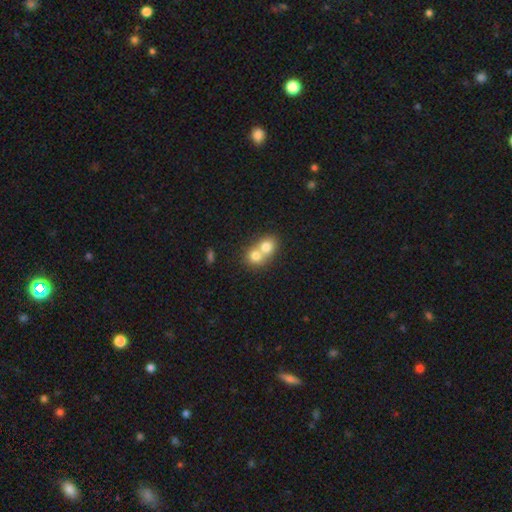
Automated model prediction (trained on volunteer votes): A smooth galaxy with no disk features (74%) that is round (73%).

Vote fractions:
- Smooth or featured? smooth: 74% / featured or disk: 17% / star or artifact: 9%
- How rounded? round: 73% / in between: 26% / cigar-shaped: 1%
- Merging? merger: 73% / none: 22% / minor disturbance: 4% / major disturbance: 2%